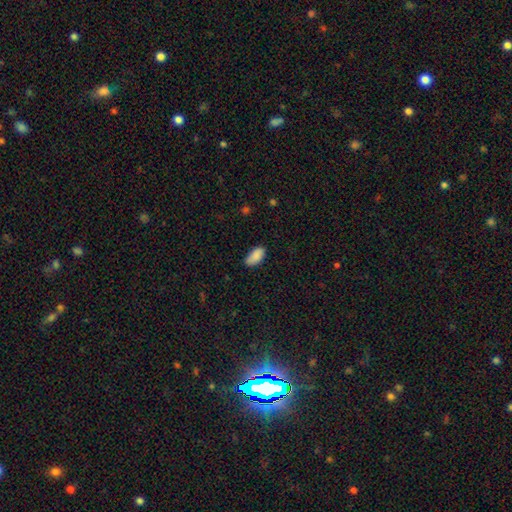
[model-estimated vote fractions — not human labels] smooth 87%, star or artifact 7%, featured or disk 6%. Down the decision tree: how rounded — in between (93%); merging — none (75%).